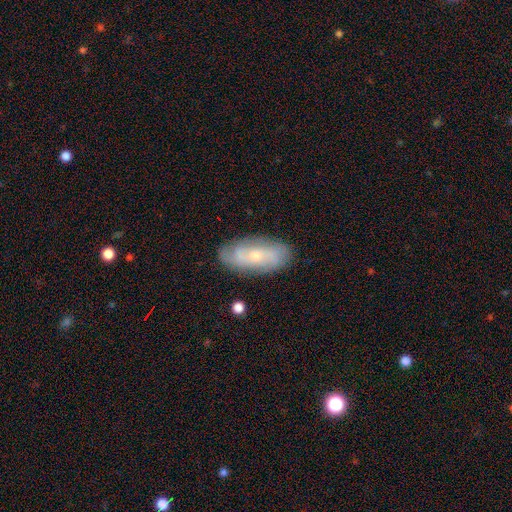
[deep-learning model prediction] A featured or disk galaxy (56%). Merging: none (81%).